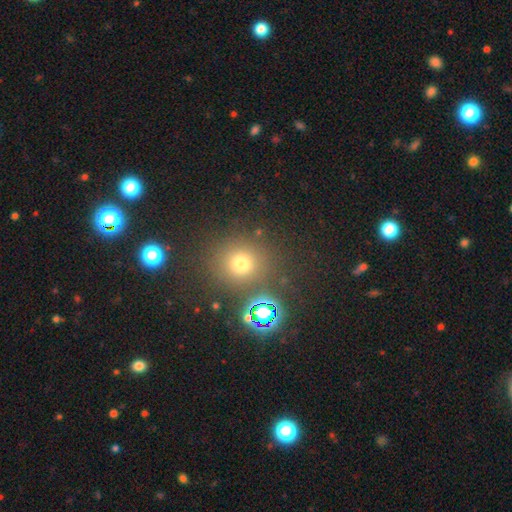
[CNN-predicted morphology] A smooth galaxy with no disk features (52%) that is round (89%).

Vote fractions:
- Smooth or featured? smooth: 52% / star or artifact: 41% / featured or disk: 7%
- How rounded? round: 89% / in between: 10% / cigar-shaped: 1%
- Merging? none: 83% / minor disturbance: 7% / merger: 6% / major disturbance: 3%